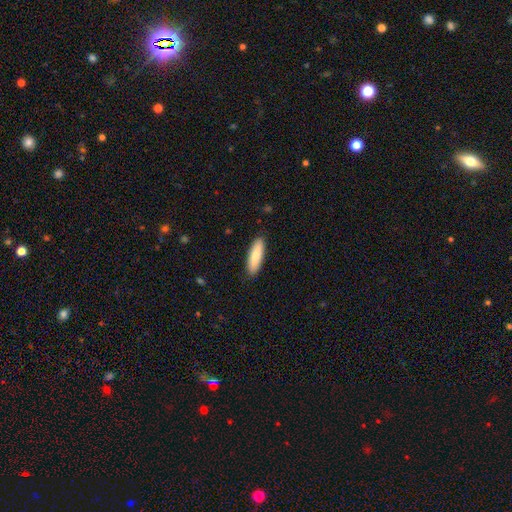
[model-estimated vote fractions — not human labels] Smooth or featured? Predicted: smooth (p=0.81). How rounded? Predicted: cigar-shaped (p=0.58). Merging? Predicted: none (p=0.89).